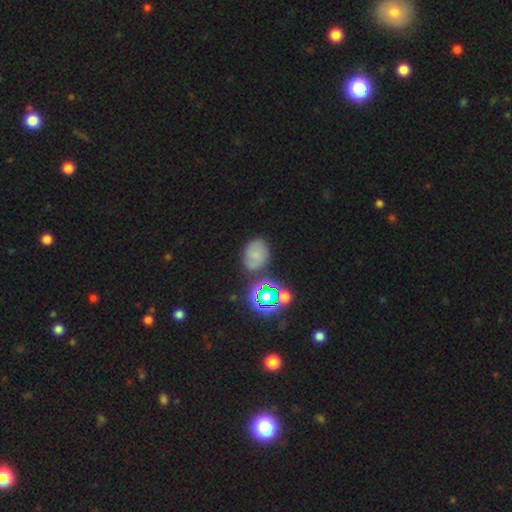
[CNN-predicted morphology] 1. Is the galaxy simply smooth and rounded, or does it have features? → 49% smooth, 28% featured or disk, 23% star or artifact.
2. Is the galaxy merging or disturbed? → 66% none, 20% minor disturbance, 7% merger, 6% major disturbance.